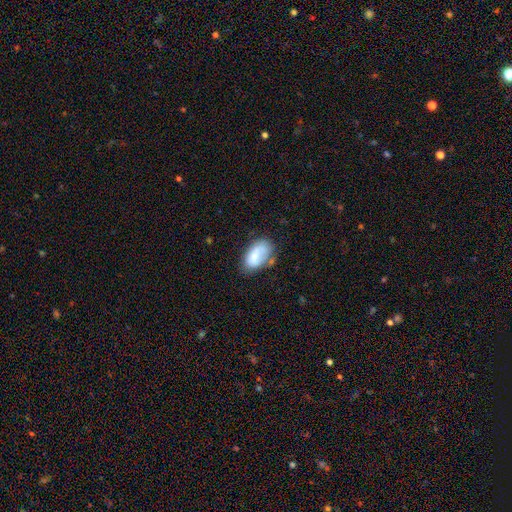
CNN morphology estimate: Smooth or featured? smooth (76%)
How rounded? in between (94%)
Merging? none (56%)